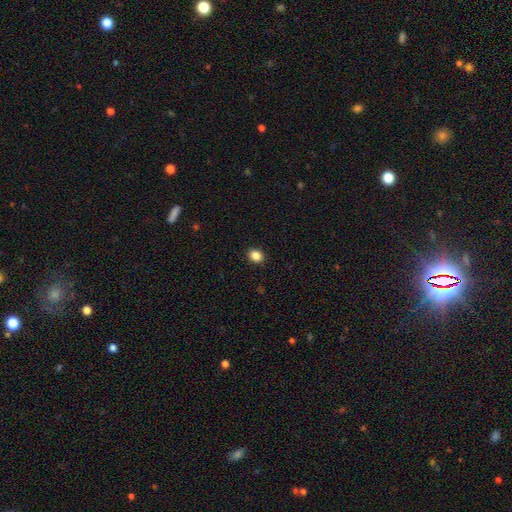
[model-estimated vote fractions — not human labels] This appears to be a smooth galaxy with no disk features (87%) that is round (51%). Merging: none (91%).